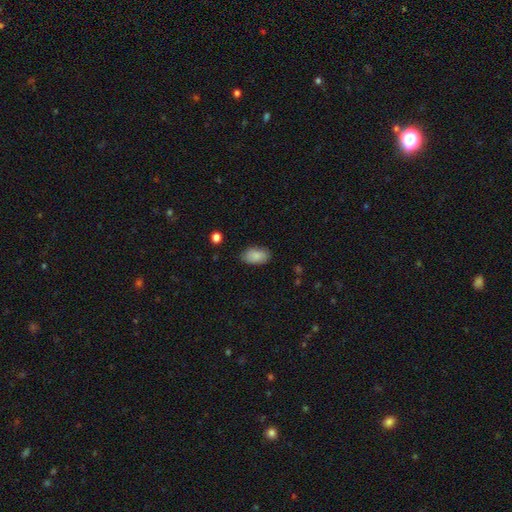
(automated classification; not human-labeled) Overall: smooth (87%). How rounded: in between (93%). Merging: none (83%).